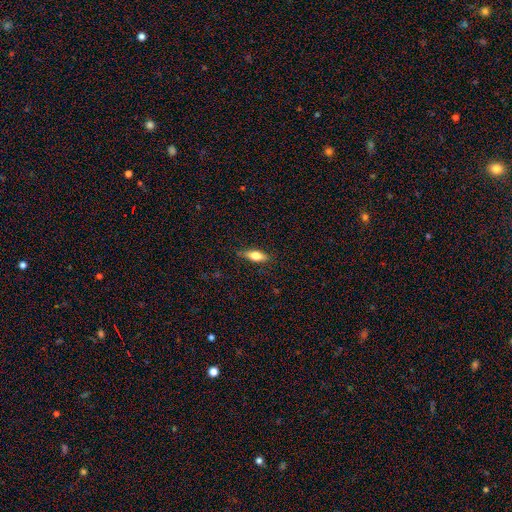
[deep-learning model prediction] smooth-or-featured: smooth: 72% | featured or disk: 21% | star or artifact: 7%
  how-rounded: in between: 70% | cigar-shaped: 27% | round: 3%
  merging: none: 83% | minor disturbance: 13% | major disturbance: 3% | merger: 1%